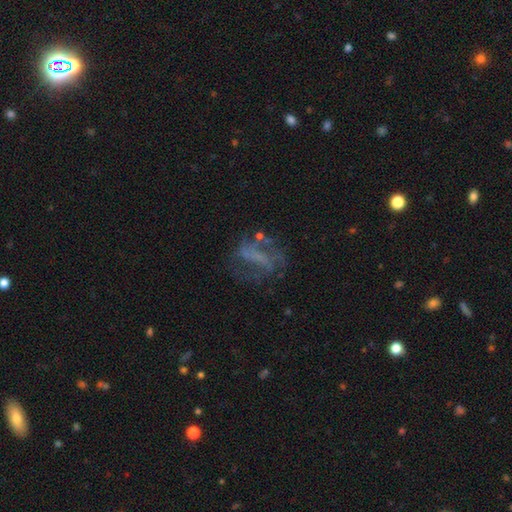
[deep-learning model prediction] Q: Smooth or featured?
A: featured or disk (58%); runner-up: smooth (25%)
Q: Edge-on disk?
A: no (93%); runner-up: yes (7%)
Q: Bar?
A: no (41%); runner-up: weak (30%)
Q: Spiral arms?
A: yes (50%); tied with: no (50%)
Q: Bulge size?
A: none (68%); runner-up: small (18%)
Q: Merging?
A: none (48%); runner-up: major disturbance (27%)